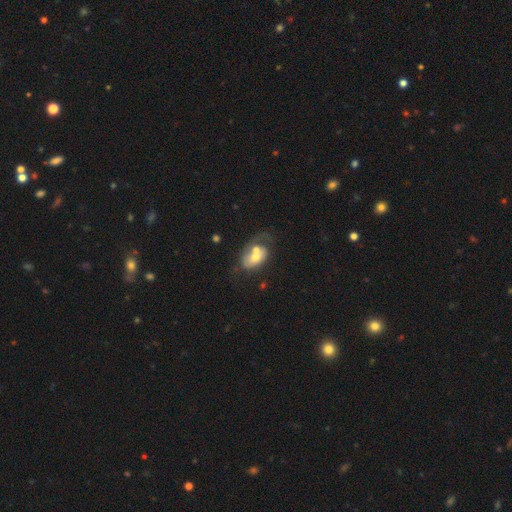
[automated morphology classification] This is possibly a featured or disk galaxy (47%). Merging: possibly merger (46%).